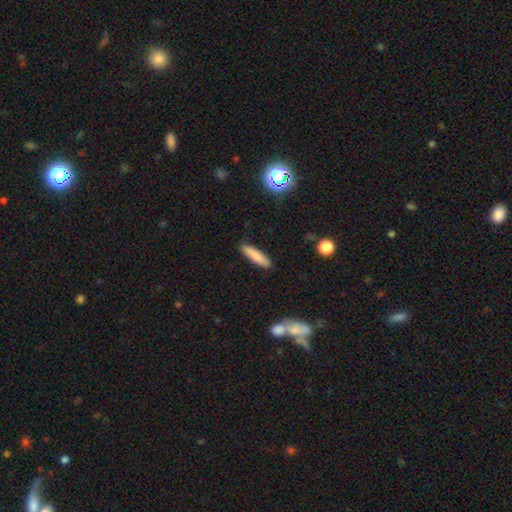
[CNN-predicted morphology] Smooth or featured?
  - smooth: 84% *
  - featured or disk: 9%
  - star or artifact: 7%
How rounded?
  - cigar-shaped: 81% *
  - in between: 18%
  - round: 1%
Merging?
  - none: 89% *
  - minor disturbance: 8%
  - major disturbance: 2%
  - merger: 1%